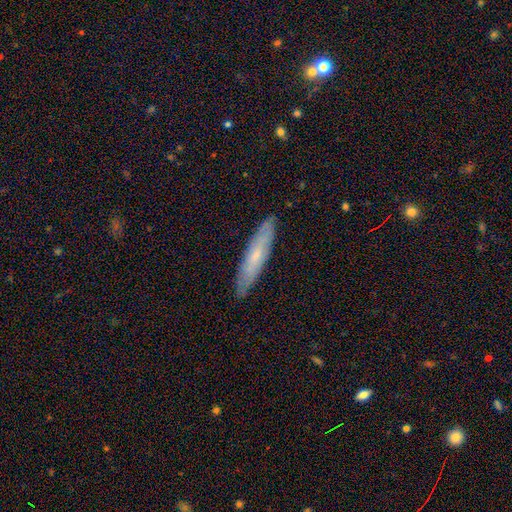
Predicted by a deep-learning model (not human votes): Morphology: type=featured or disk (47%); merging=none (86%).